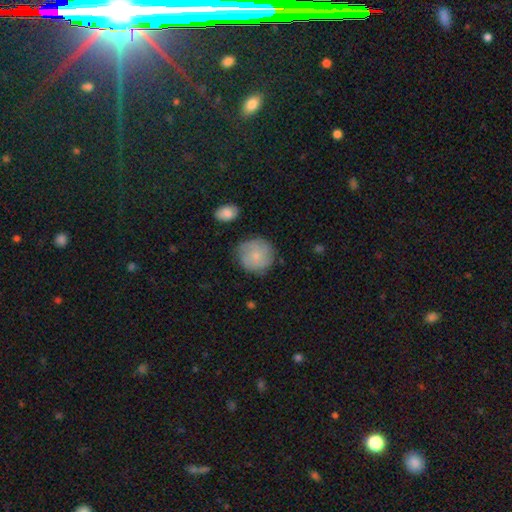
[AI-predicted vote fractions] smooth 64%, featured or disk 29%, star or artifact 8%. Down the decision tree: how rounded — round (91%); merging — none (74%).